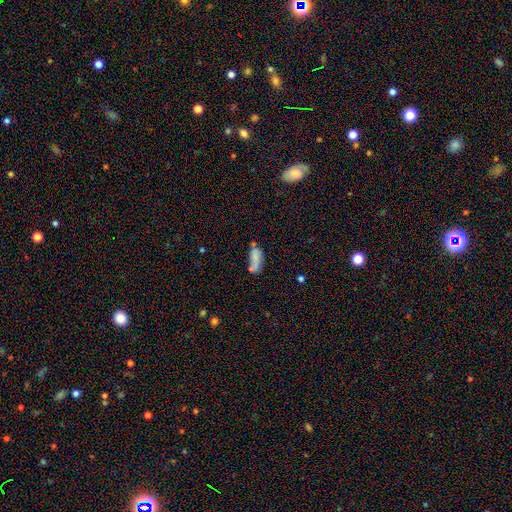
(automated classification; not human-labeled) smooth 68%, featured or disk 23%, star or artifact 10%. Down the decision tree: how rounded — in between (71%); merging — none (37%).